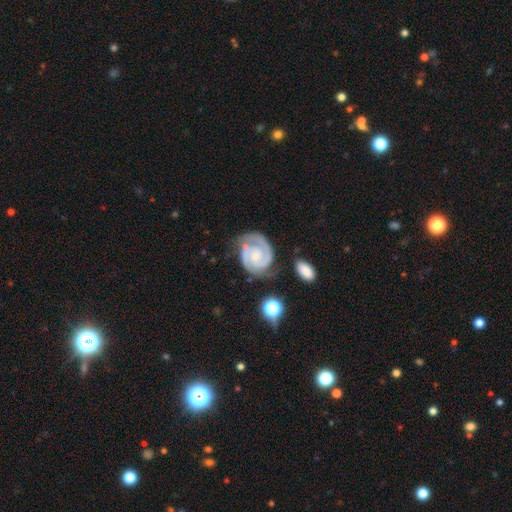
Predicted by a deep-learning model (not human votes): A featured or disk galaxy (89%) with no bar (55%), 2 (86%) tight (64%) spiral arms (98%) and a small central bulge (45%). Merging: none (67%).